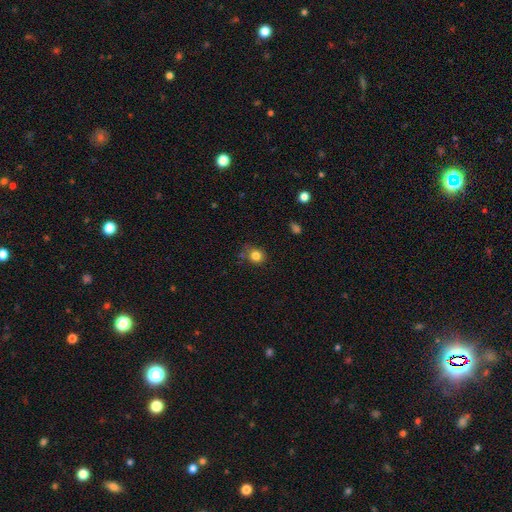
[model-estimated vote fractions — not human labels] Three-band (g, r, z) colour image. It shows a smooth galaxy with no disk features (82%) that is round (80%). Merging: none (70%).